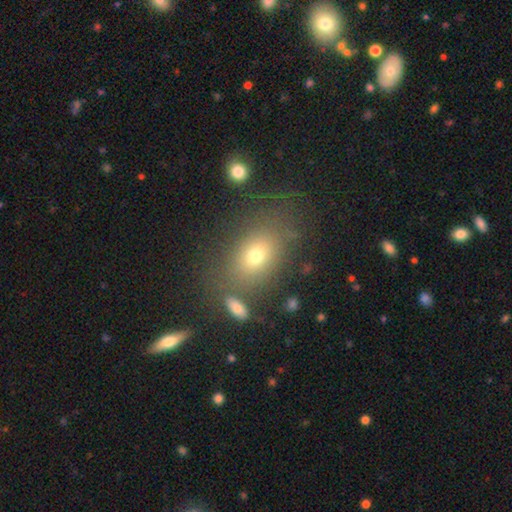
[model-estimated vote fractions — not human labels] A smooth galaxy with no disk features (69%) that is in between round and cigar-shaped (71%). Merging: none (71%).